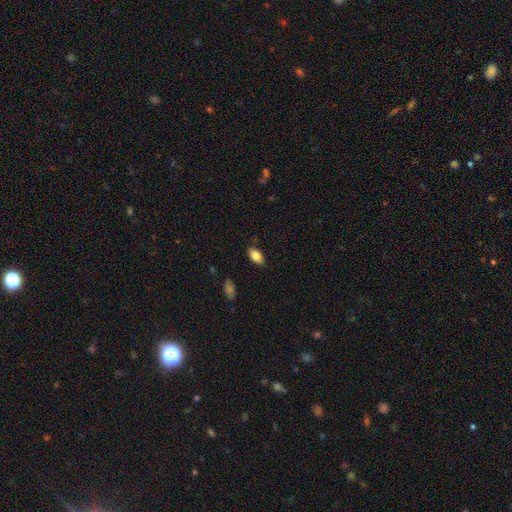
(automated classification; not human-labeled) Q: Smooth or featured?
A: smooth (83%); runner-up: featured or disk (10%)
Q: How rounded?
A: in between (92%); runner-up: cigar-shaped (4%)
Q: Merging?
A: none (84%); runner-up: minor disturbance (12%)